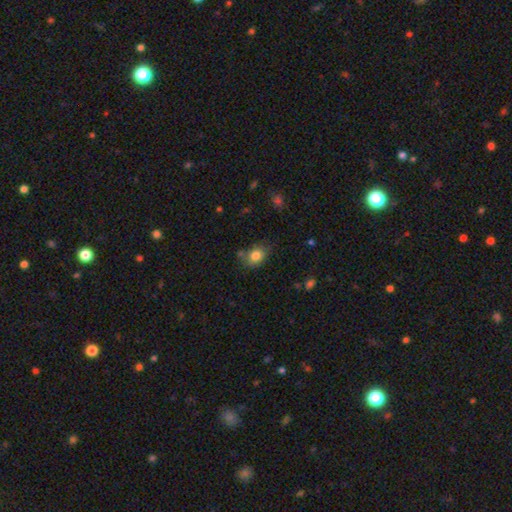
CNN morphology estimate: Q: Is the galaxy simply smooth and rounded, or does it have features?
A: smooth — 82%.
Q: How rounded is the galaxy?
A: in between — 63%.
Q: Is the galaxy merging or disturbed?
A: none — 68%.